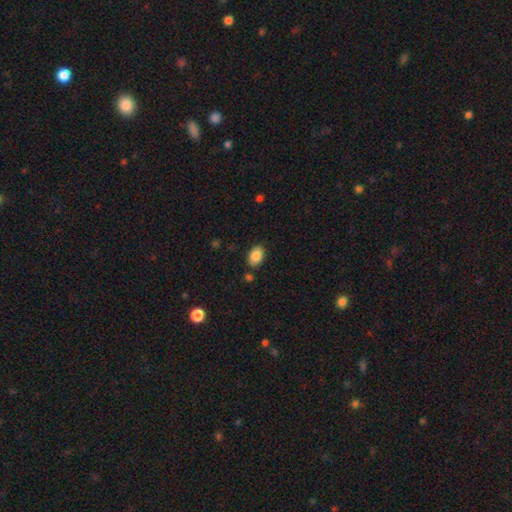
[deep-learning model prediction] Smooth or featured: smooth — 87% (star or artifact — 7%)
How rounded: in between — 89% (round — 10%)
Merging: none — 79% (minor disturbance — 14%)